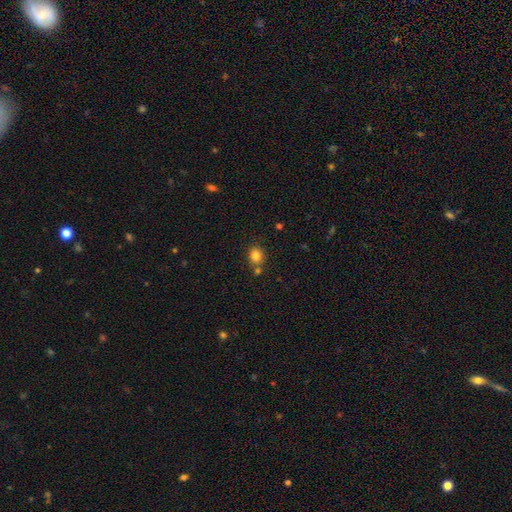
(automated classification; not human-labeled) Smooth or featured?
  - smooth: 83% *
  - star or artifact: 11%
  - featured or disk: 6%
How rounded?
  - round: 70% *
  - in between: 29%
  - cigar-shaped: 1%
Merging?
  - none: 68% *
  - merger: 18%
  - minor disturbance: 11%
  - major disturbance: 3%